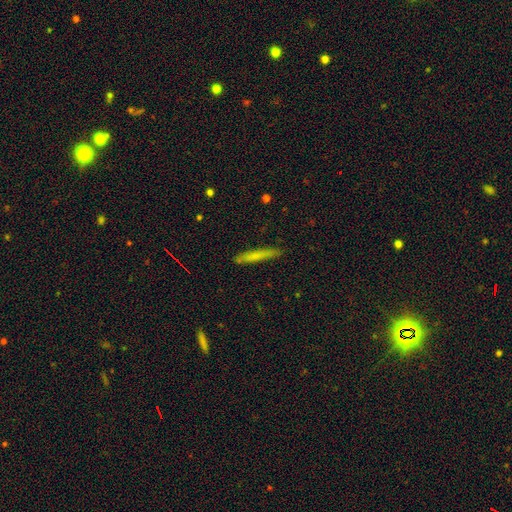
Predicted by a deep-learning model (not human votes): Smooth or featured?
  - smooth: 67% *
  - featured or disk: 26%
  - star or artifact: 7%
How rounded?
  - cigar-shaped: 95% *
  - in between: 3%
  - round: 1%
Merging?
  - none: 87% *
  - minor disturbance: 9%
  - major disturbance: 2%
  - merger: 1%